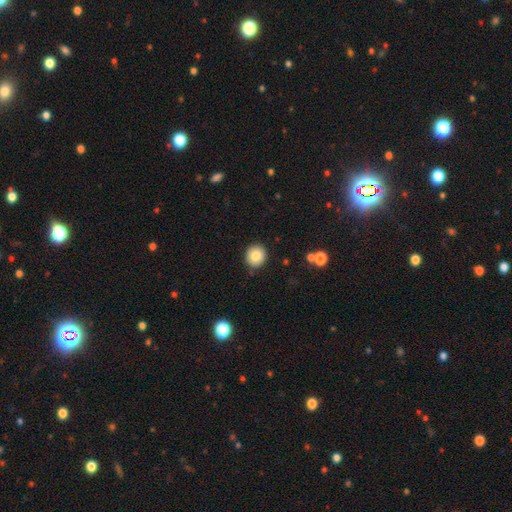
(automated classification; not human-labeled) smooth-or-featured: smooth: 84% | star or artifact: 9% | featured or disk: 7%
  how-rounded: round: 89% | in between: 10% | cigar-shaped: 1%
  merging: none: 88% | minor disturbance: 8% | major disturbance: 2% | merger: 2%